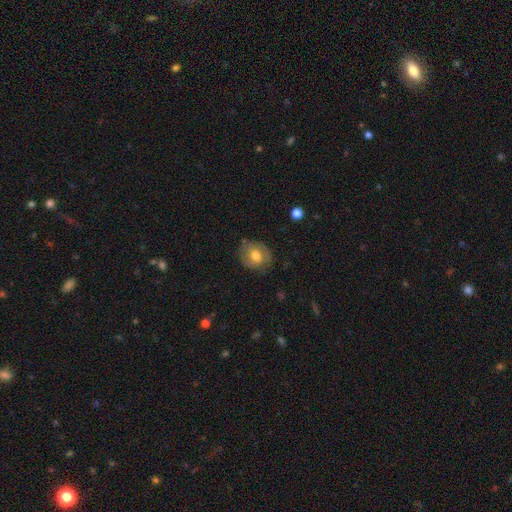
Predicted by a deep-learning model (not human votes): Smooth or featured: smooth — 62% (featured or disk — 30%)
How rounded: round — 71% (in between — 28%)
Merging: none — 76% (minor disturbance — 18%)